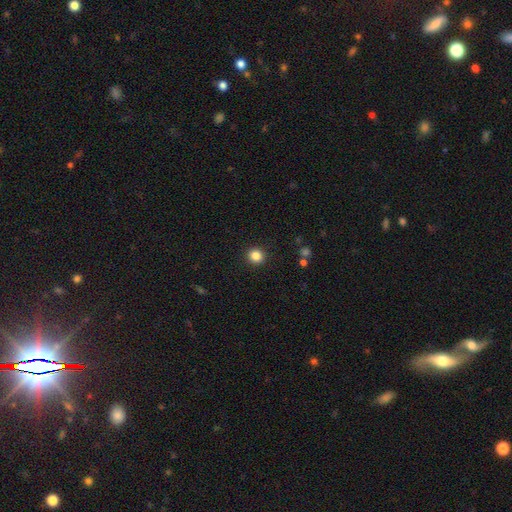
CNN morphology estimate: smooth_or_featured: smooth (p=0.84) [alt: star or artifact p=0.11]
how_rounded: round (p=0.91) [alt: in between p=0.08]
merging: none (p=0.93) [alt: minor disturbance p=0.05]